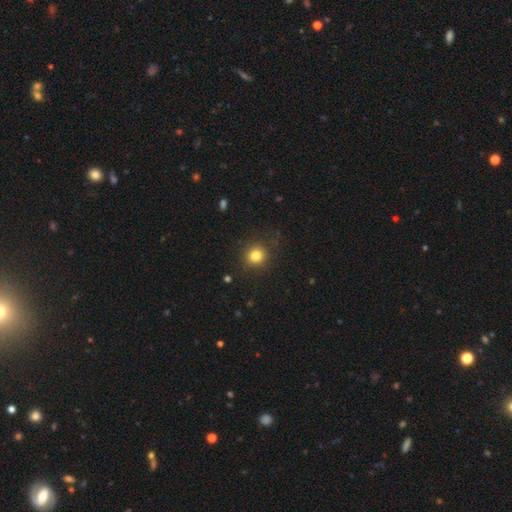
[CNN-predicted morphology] Q: Smooth or featured?
A: smooth (82%); runner-up: star or artifact (12%)
Q: How rounded?
A: round (89%); runner-up: in between (10%)
Q: Merging?
A: none (88%); runner-up: minor disturbance (8%)